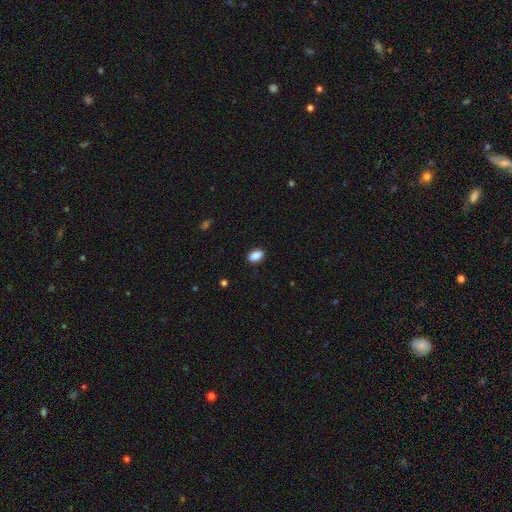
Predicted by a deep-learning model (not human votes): Morphology: type=smooth (89%); roundness=in between (89%); merging=none (87%).